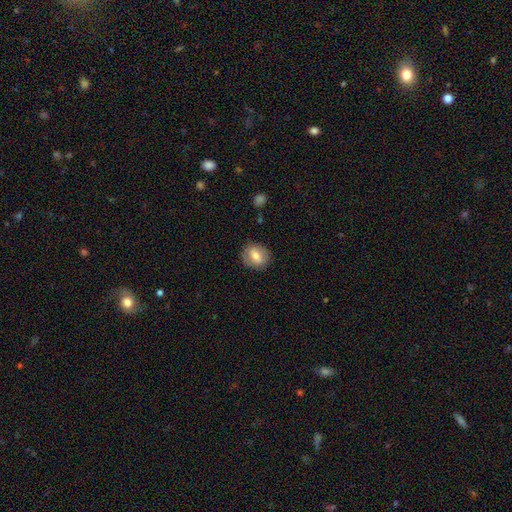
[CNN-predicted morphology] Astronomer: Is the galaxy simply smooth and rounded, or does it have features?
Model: smooth — 64%.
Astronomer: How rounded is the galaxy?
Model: round — 60% (runner-up: in between, 39%).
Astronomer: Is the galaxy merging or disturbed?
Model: none — 82%.